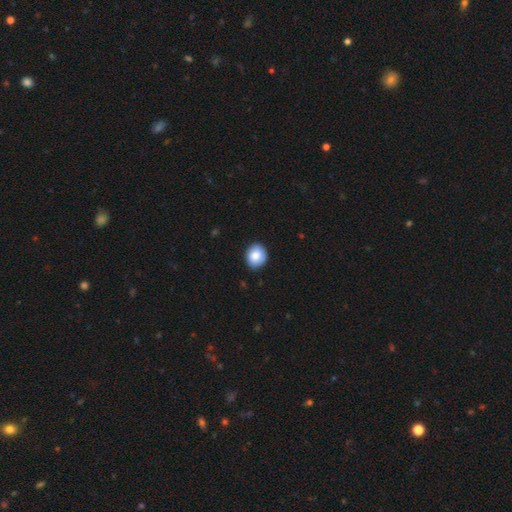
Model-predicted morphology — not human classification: type=smooth (83%); roundness=round (70%); merging=none (86%).